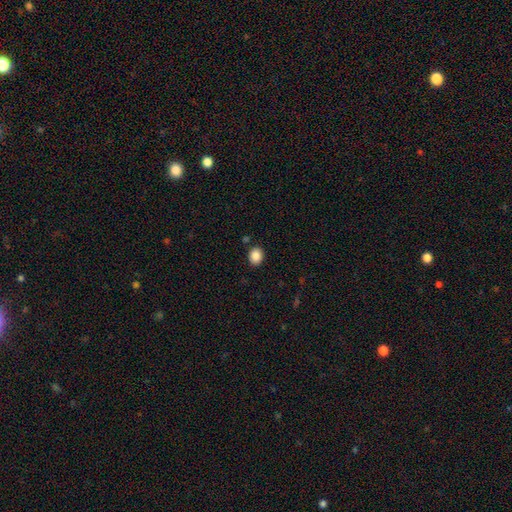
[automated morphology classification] Q: Smooth or featured?
A: smooth (87%); runner-up: star or artifact (9%)
Q: How rounded?
A: round (52%); runner-up: in between (47%)
Q: Merging?
A: none (87%); runner-up: minor disturbance (8%)